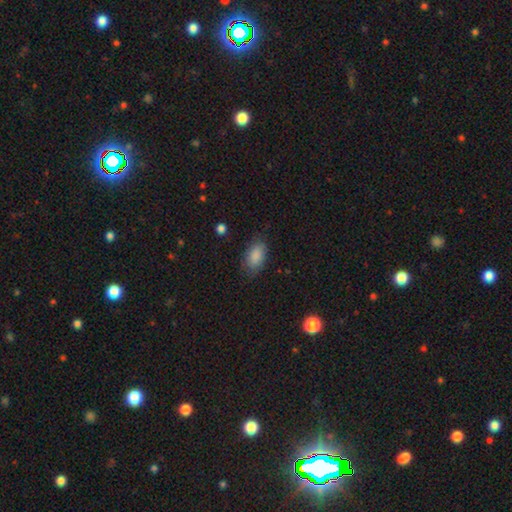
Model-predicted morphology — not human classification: Smooth or featured? Predicted: smooth (p=0.87). How rounded? Predicted: in between (p=0.93). Merging? Predicted: none (p=0.78).